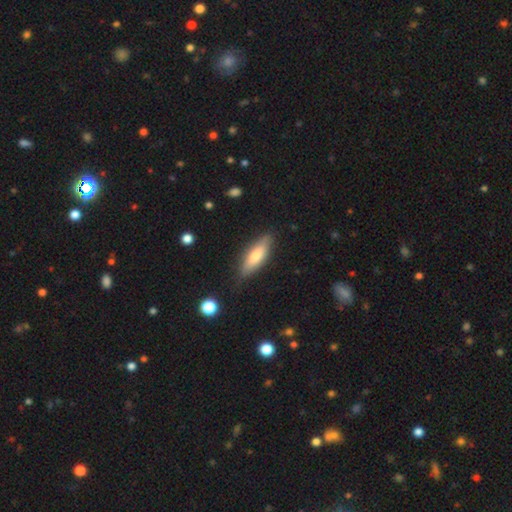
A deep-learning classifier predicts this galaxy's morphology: Smooth or featured: smooth — 62% (featured or disk — 31%)
How rounded: cigar-shaped — 55% (in between — 43%)
Merging: none — 84% (minor disturbance — 12%)